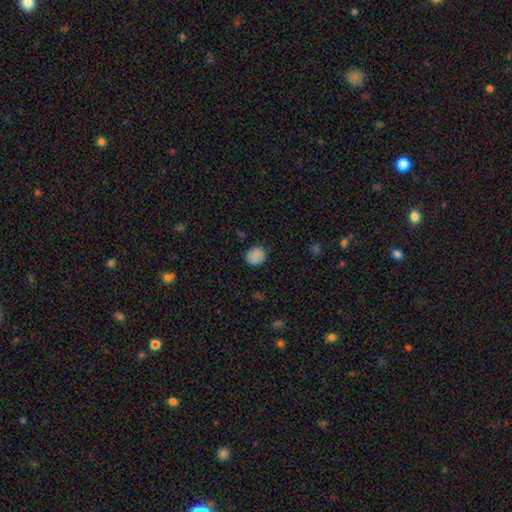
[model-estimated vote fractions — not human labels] smooth 85%, star or artifact 10%, featured or disk 5%. Down the decision tree: how rounded — round (78%); merging — none (83%).